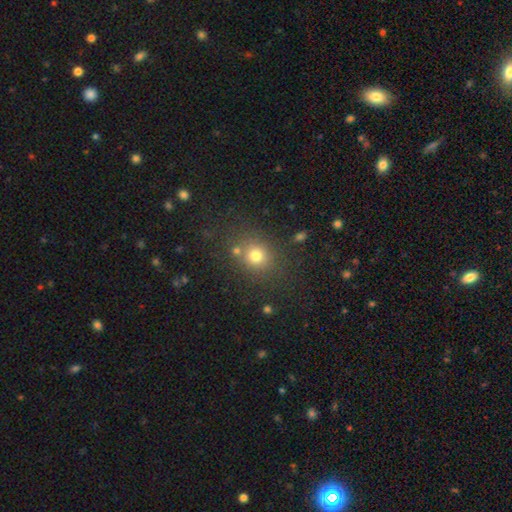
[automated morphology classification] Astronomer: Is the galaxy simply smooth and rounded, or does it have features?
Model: smooth — 75%.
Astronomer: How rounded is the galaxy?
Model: round — 75%.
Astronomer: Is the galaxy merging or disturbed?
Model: none — 74%.